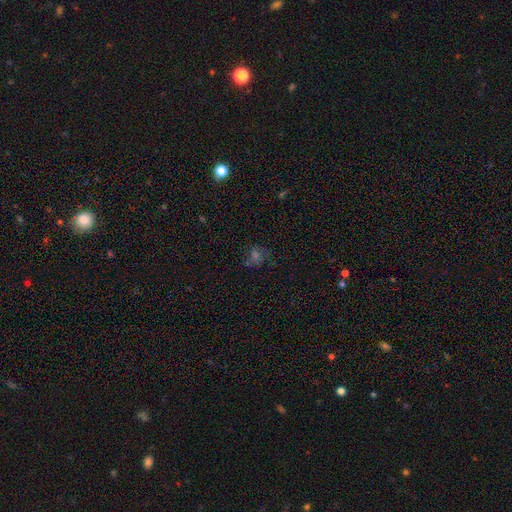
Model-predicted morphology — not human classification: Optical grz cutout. It shows a smooth galaxy with no disk features (36%). Merging: none (66%).